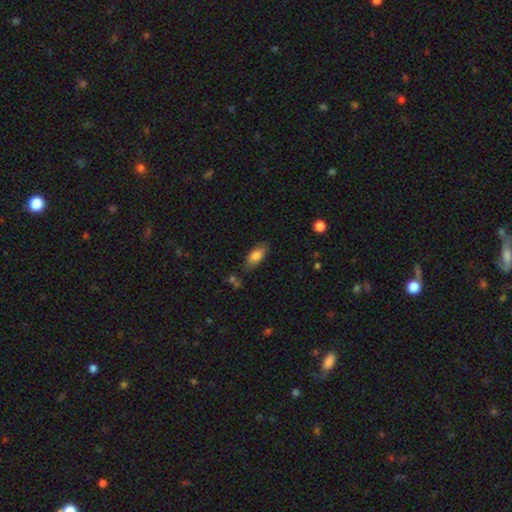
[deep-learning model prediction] Q: Smooth or featured?
A: smooth (82%); runner-up: featured or disk (11%)
Q: How rounded?
A: in between (86%); runner-up: cigar-shaped (11%)
Q: Merging?
A: none (76%); runner-up: minor disturbance (16%)